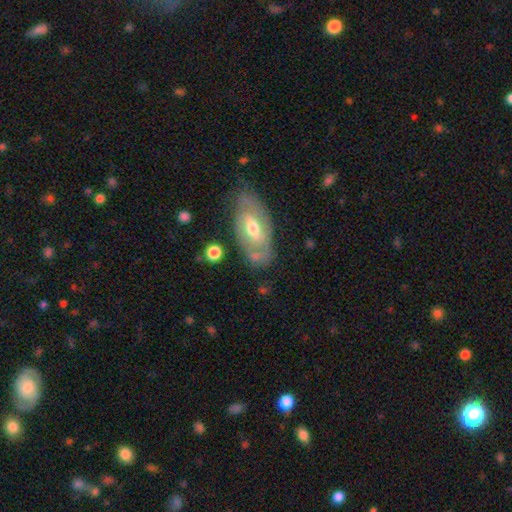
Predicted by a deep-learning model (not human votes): Smooth or featured?
  - featured or disk: 68% *
  - smooth: 26%
  - star or artifact: 6%
Edge-on disk?
  - no: 89% *
  - yes: 11%
Bar?
  - weak: 45% *
  - no: 33%
  - strong: 22%
Spiral arms?
  - yes: 66% *
  - no: 34%
Bulge size?
  - moderate: 69% *
  - small: 22%
  - large: 7%
  - none: 1%
  - dominant: 1%
Merging?
  - none: 66% *
  - minor disturbance: 22%
  - major disturbance: 8%
  - merger: 5%